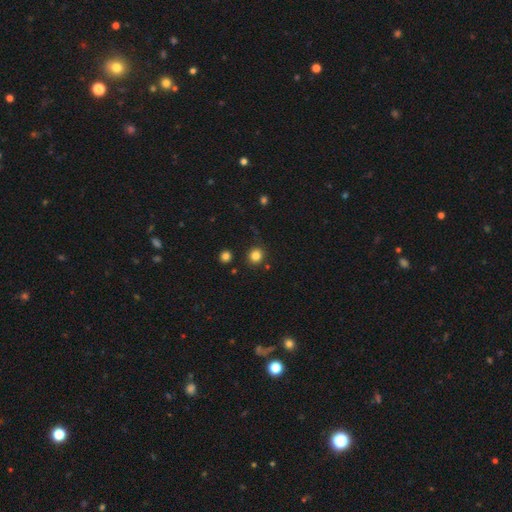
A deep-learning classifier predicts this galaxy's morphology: smooth 83%, star or artifact 13%, featured or disk 5%. Down the decision tree: how rounded — round (91%); merging — none (88%).